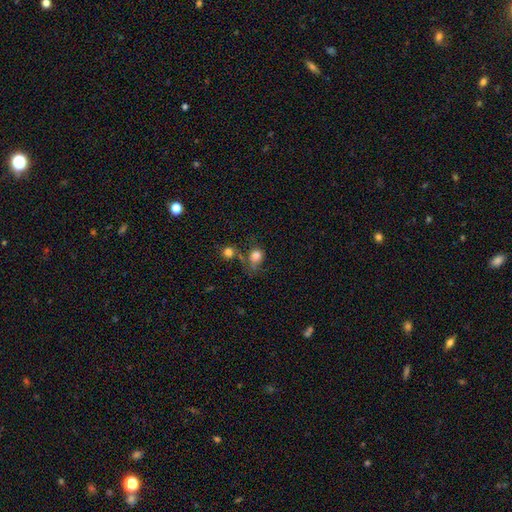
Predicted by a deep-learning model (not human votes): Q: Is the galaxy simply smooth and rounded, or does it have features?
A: smooth — 80%.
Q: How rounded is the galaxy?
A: round — 59%.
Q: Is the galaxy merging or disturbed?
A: none — 43%.